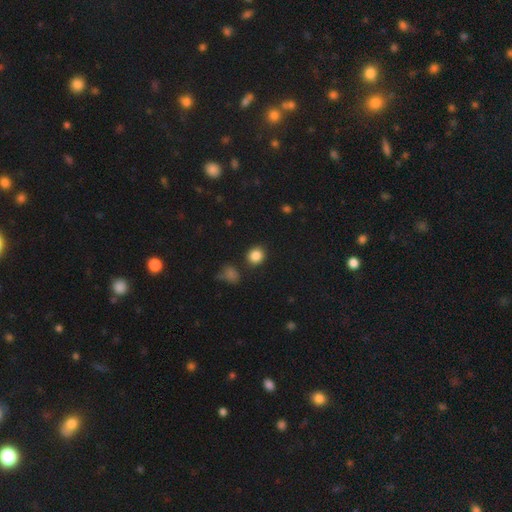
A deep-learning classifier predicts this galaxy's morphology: This is clearly a smooth galaxy (85%). How rounded: clearly round (82%). Merging: clearly none (85%).